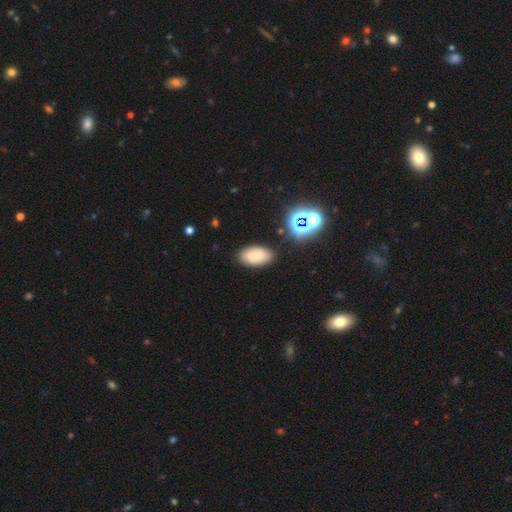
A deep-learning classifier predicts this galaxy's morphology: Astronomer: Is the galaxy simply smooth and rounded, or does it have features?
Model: smooth — 80%.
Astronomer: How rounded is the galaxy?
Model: in between — 94%.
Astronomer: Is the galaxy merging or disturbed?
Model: none — 85%.